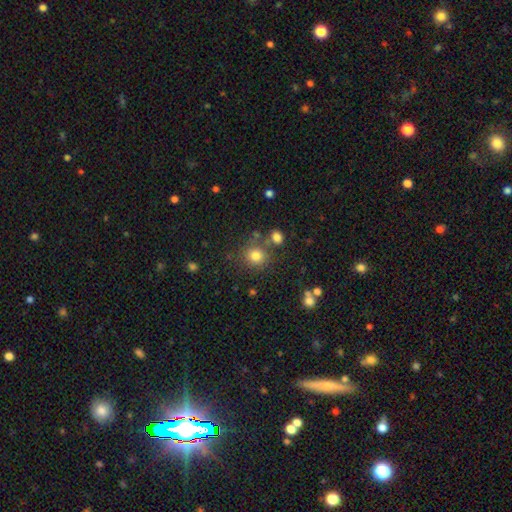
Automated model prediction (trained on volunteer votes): Smooth or featured: smooth — 78% (star or artifact — 15%)
How rounded: round — 87% (in between — 12%)
Merging: none — 75% (minor disturbance — 10%)